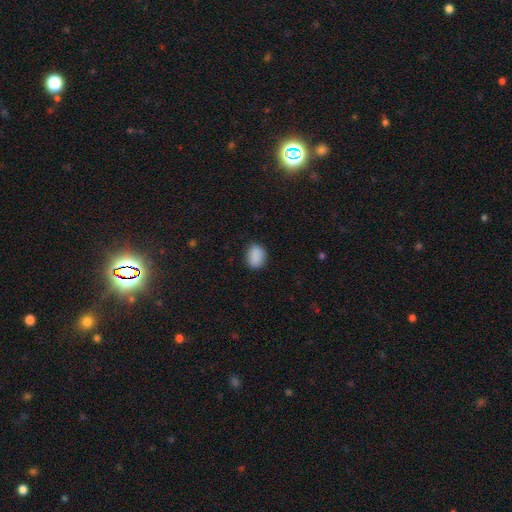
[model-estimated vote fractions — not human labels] smooth 89%, star or artifact 8%, featured or disk 3%. Down the decision tree: how rounded — in between (66%); merging — none (86%).